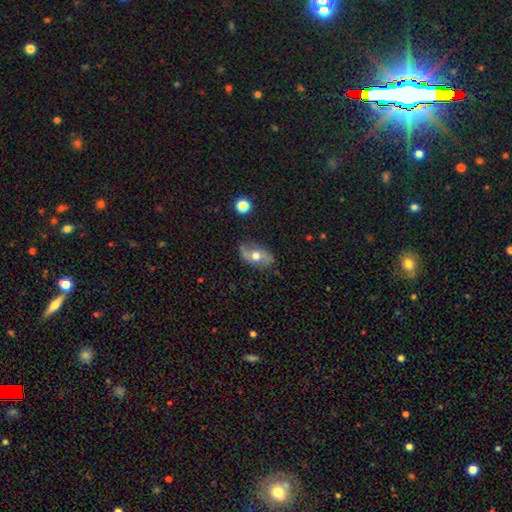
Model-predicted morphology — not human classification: Smooth or featured? Predicted: featured or disk (p=0.49). Merging? Predicted: none (p=0.75).